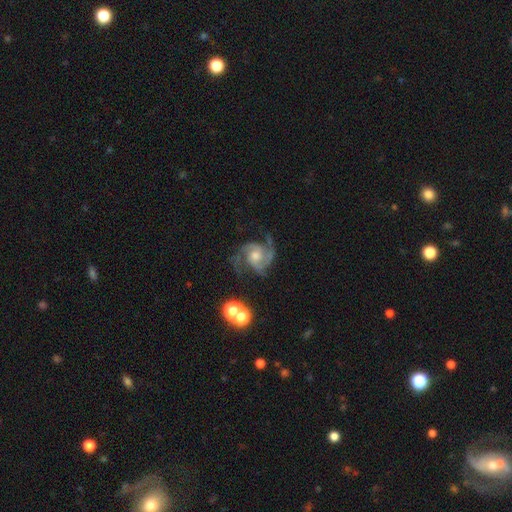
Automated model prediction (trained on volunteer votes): Morphology: type=featured or disk (90%); edge-on=no (98%); bar=no (68%); spiral arms=yes (98%); winding=medium (57%); arm count=2 (49%); bulge=moderate (65%); merging=none (70%).